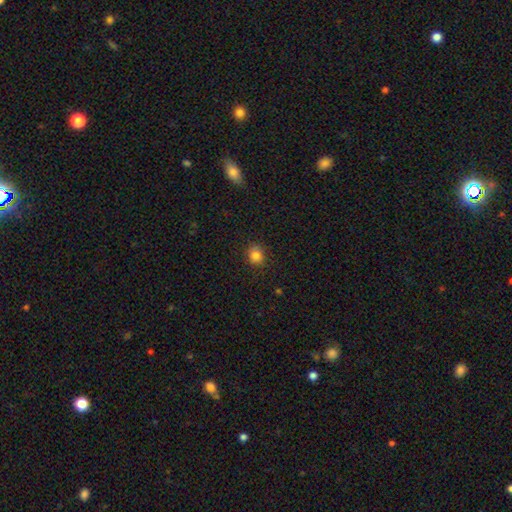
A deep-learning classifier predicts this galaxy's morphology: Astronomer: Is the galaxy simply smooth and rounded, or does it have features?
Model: smooth — 83%.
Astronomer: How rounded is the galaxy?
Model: round — 78%.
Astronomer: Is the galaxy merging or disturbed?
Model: none — 87%.